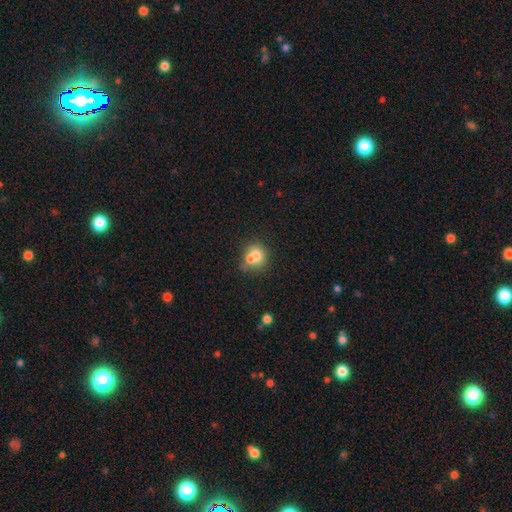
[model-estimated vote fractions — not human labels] This is likely a smooth galaxy (70%). How rounded: likely round (78%). Merging: possibly merger (52%).